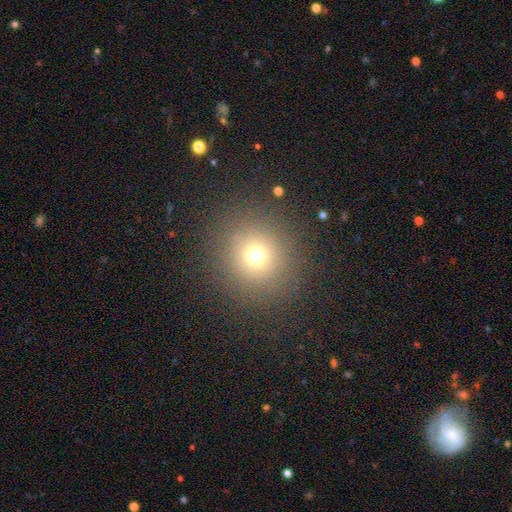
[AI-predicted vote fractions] Morphology: type=smooth (69%); roundness=round (93%); merging=none (87%).